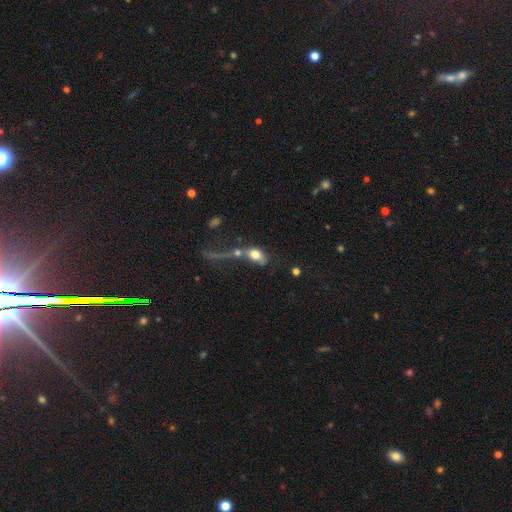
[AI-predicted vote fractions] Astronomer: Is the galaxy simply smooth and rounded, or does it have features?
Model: smooth — 64%.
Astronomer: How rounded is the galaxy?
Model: in between — 73%.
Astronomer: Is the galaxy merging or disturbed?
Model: merger — 45% (runner-up: major disturbance, 25%).